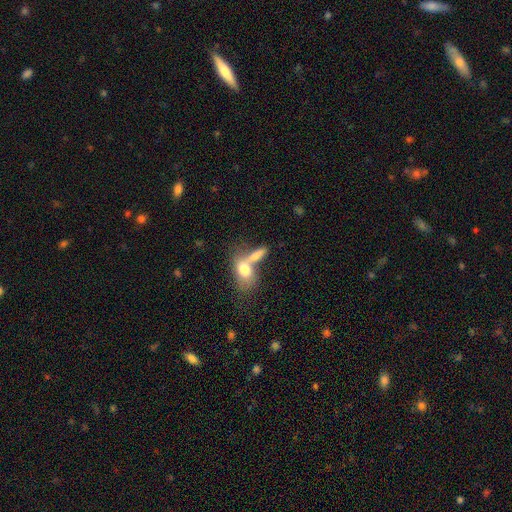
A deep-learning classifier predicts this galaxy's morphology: Smooth or featured? Predicted: smooth (p=0.73). How rounded? Predicted: in between (p=0.72). Merging? Predicted: merger (p=0.59).